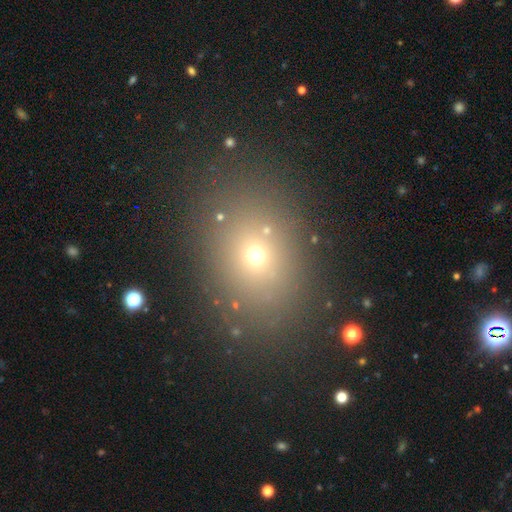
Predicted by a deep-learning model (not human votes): This appears to be a smooth galaxy with no disk features (64%) that is in between round and cigar-shaped (53%). Merging: none (80%).